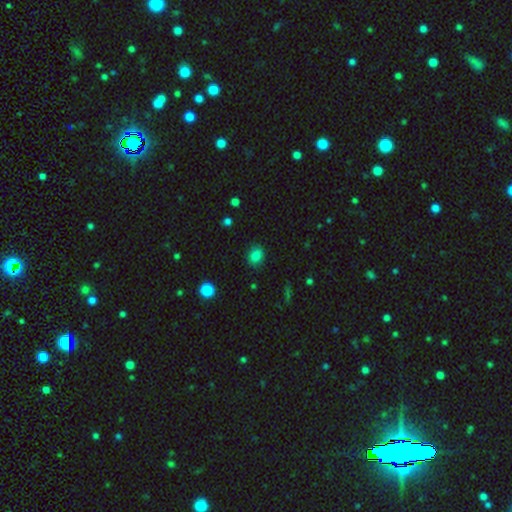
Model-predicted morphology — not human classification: Overall: smooth (83%). How rounded: round (59%; in between 40%). Merging: none (86%).